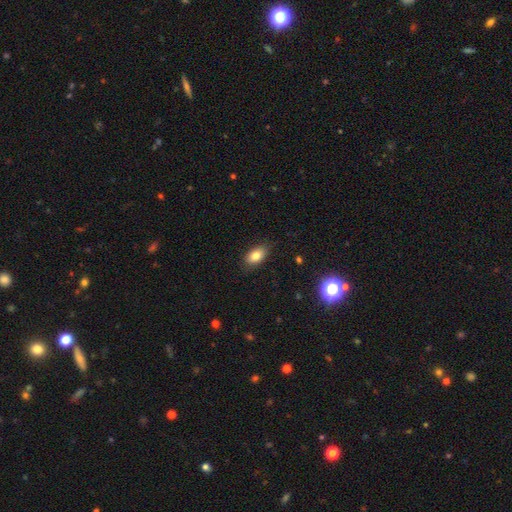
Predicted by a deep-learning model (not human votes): smooth-or-featured: smooth: 82% | featured or disk: 10% | star or artifact: 9%
  how-rounded: in between: 90% | round: 7% | cigar-shaped: 3%
  merging: none: 84% | minor disturbance: 13% | major disturbance: 3% | merger: 1%